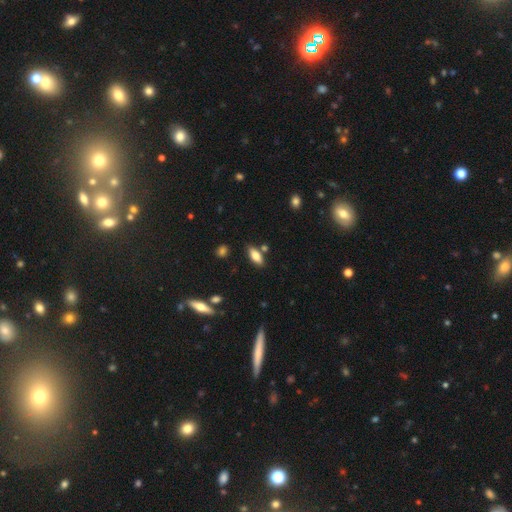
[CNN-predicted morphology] This is likely a smooth galaxy (78%). How rounded: likely in between (80%). Merging: likely none (78%).